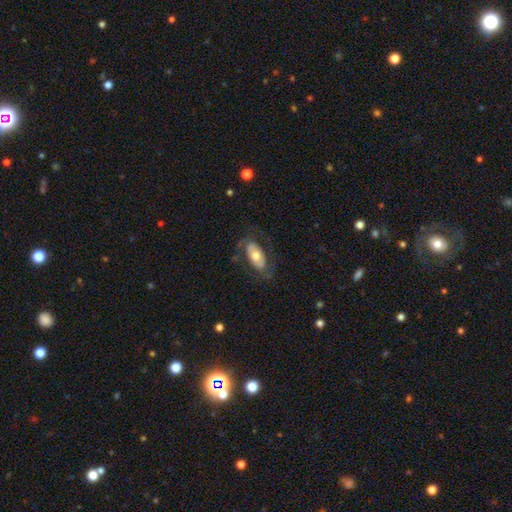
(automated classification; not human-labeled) This is possibly a smooth galaxy (53%). How rounded: clearly in between (91%). Merging: likely none (68%).